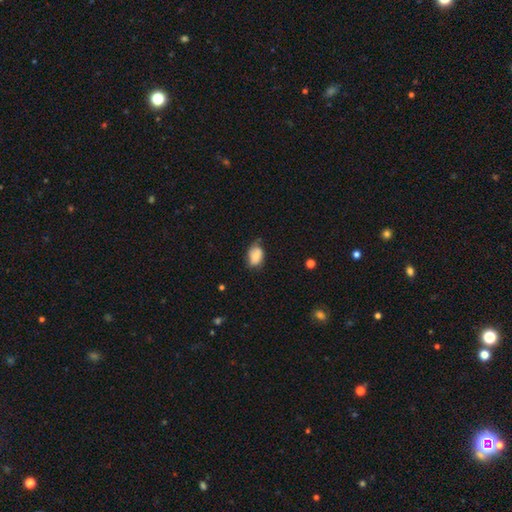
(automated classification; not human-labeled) smooth_or_featured: smooth (p=0.76) [alt: featured or disk p=0.17]
how_rounded: in between (p=0.86) [alt: round p=0.12]
merging: none (p=0.56) [alt: minor disturbance p=0.34]